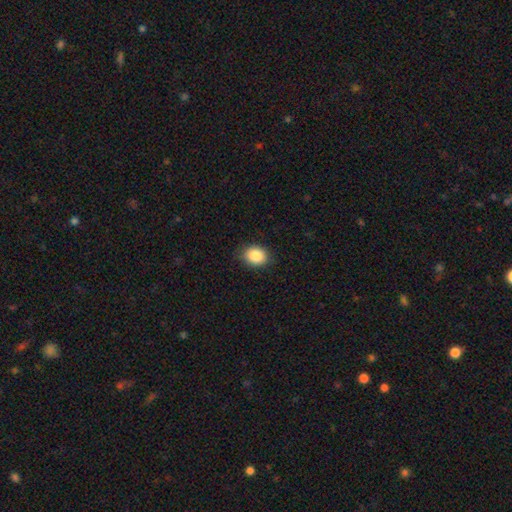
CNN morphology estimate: smooth 87%, star or artifact 8%, featured or disk 4%. Down the decision tree: how rounded — round (50%); merging — none (86%).